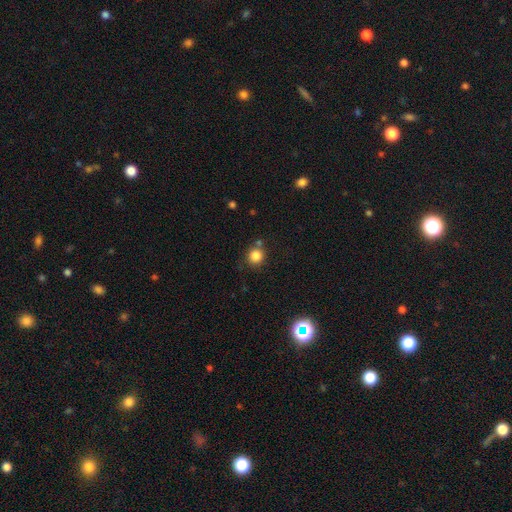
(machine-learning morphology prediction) Smooth or featured? Predicted: smooth (p=0.84). How rounded? Predicted: round (p=0.92). Merging? Predicted: none (p=0.76).